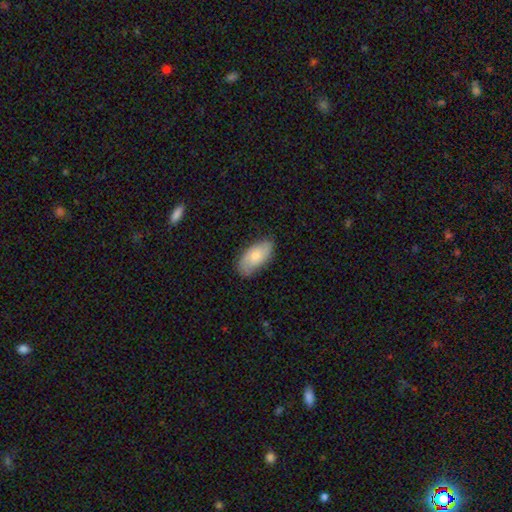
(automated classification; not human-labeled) smooth-or-featured: smooth: 67% | featured or disk: 27% | star or artifact: 6%
  how-rounded: in between: 92% | cigar-shaped: 5% | round: 3%
  merging: none: 79% | minor disturbance: 17% | major disturbance: 3% | merger: 1%